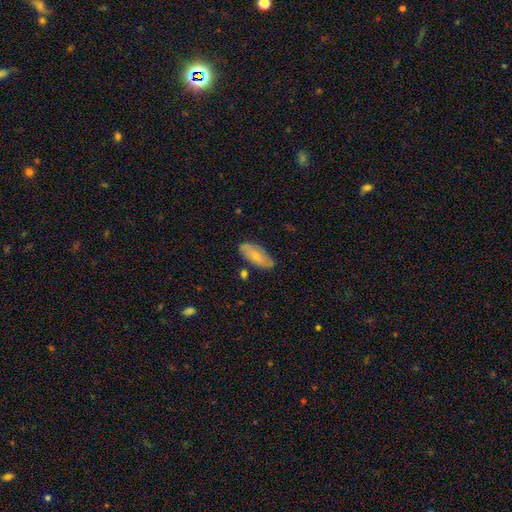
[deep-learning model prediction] Smooth or featured: smooth — 66% (featured or disk — 27%)
How rounded: in between — 82% (cigar-shaped — 15%)
Merging: none — 77% (minor disturbance — 17%)